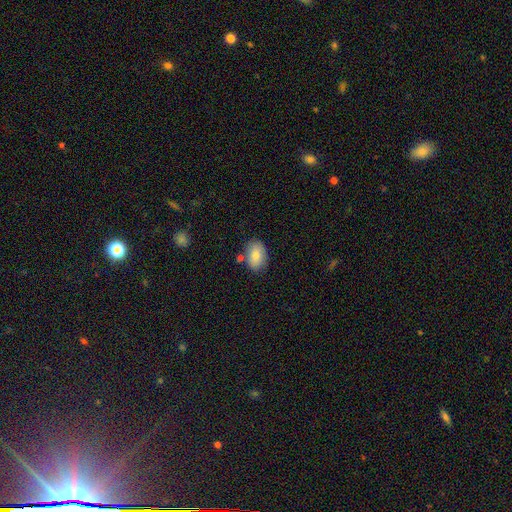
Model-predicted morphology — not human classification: Q: Smooth or featured?
A: smooth (78%); runner-up: featured or disk (14%)
Q: How rounded?
A: in between (85%); runner-up: round (14%)
Q: Merging?
A: none (73%); runner-up: minor disturbance (16%)